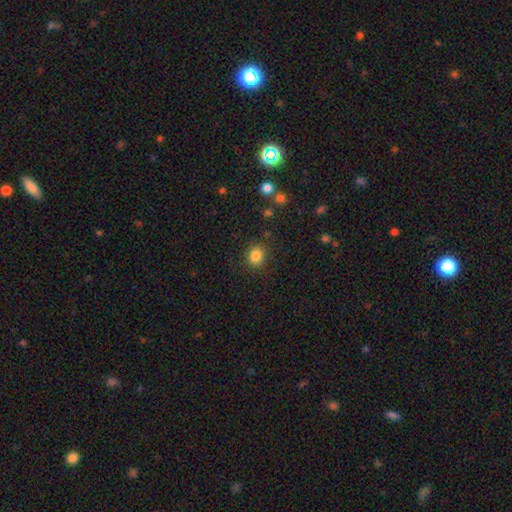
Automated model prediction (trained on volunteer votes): Smooth or featured? Predicted: smooth (p=0.84). How rounded? Predicted: round (p=0.76). Merging? Predicted: none (p=0.87).